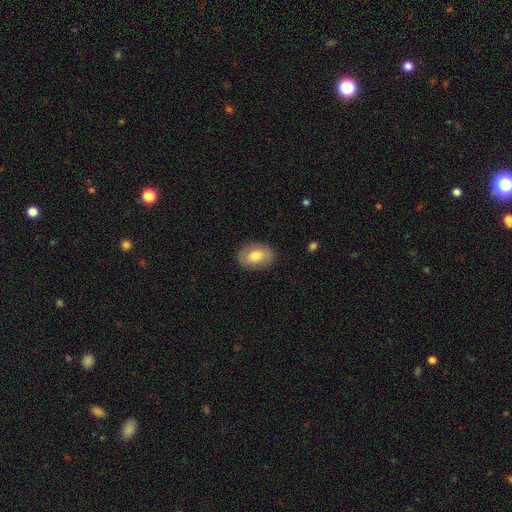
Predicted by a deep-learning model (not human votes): Smooth or featured?
  - smooth: 73% *
  - featured or disk: 20%
  - star or artifact: 7%
How rounded?
  - in between: 81% *
  - round: 18%
  - cigar-shaped: 1%
Merging?
  - none: 85% *
  - minor disturbance: 11%
  - major disturbance: 3%
  - merger: 1%